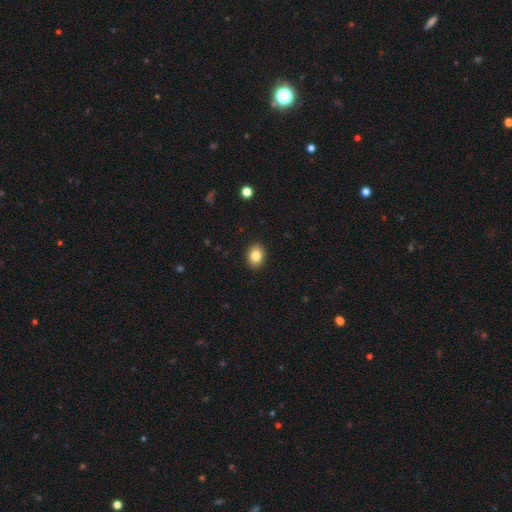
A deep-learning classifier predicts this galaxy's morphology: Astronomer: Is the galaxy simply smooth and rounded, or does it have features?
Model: smooth — 83%.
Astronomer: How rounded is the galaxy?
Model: in between — 64%.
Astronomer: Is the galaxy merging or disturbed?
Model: none — 91%.